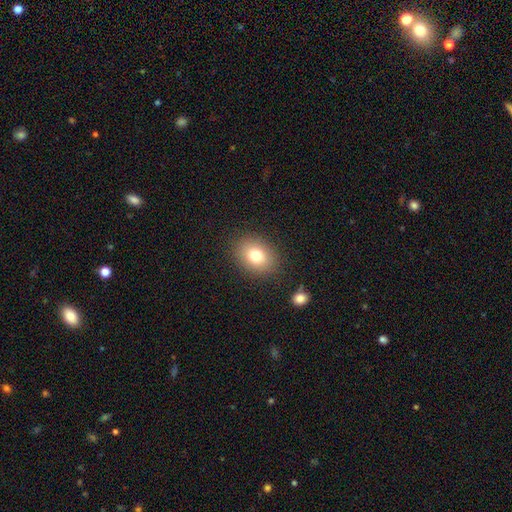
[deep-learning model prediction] The model was most divided on "how rounded": in between: 55%, round: 44%, cigar-shaped: 1%. More confident: merging — none (86%); smooth or featured — smooth (78%).